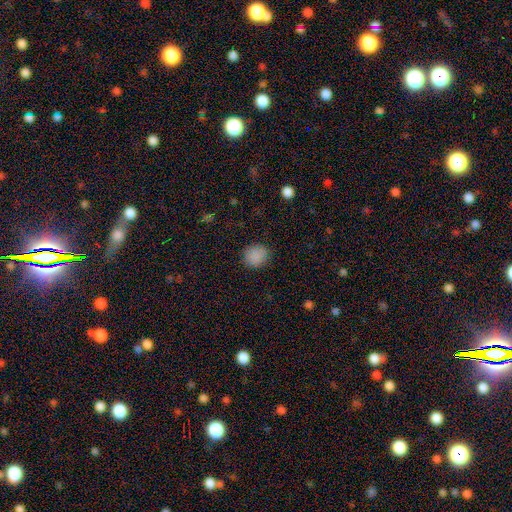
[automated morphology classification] This is clearly a smooth galaxy (87%). How rounded: clearly round (83%). Merging: clearly none (87%).